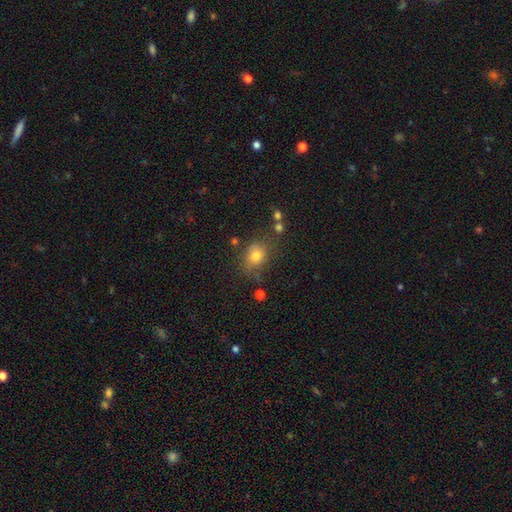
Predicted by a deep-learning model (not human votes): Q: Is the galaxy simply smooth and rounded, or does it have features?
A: smooth — 78%.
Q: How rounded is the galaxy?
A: round — 52%.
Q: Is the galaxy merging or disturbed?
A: none — 68%.